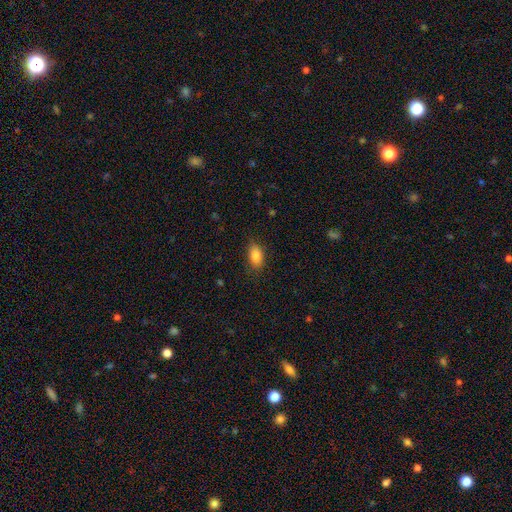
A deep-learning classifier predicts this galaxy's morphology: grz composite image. It shows a smooth galaxy with no disk features (85%) that is in between round and cigar-shaped (90%). Merging: none (83%).